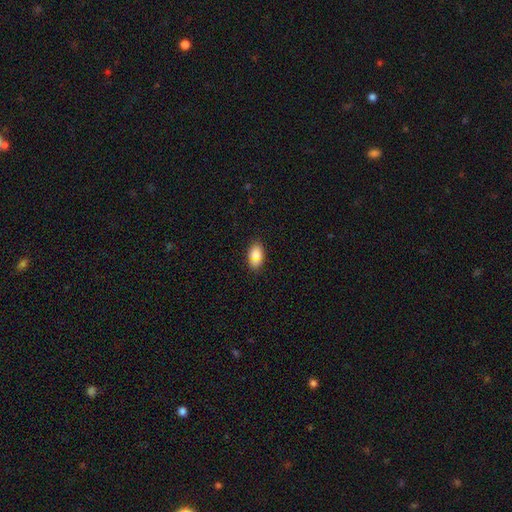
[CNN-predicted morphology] smooth_or_featured: smooth (p=0.84) [alt: featured or disk p=0.08]
how_rounded: in between (p=0.89) [alt: round p=0.08]
merging: none (p=0.81) [alt: minor disturbance p=0.14]